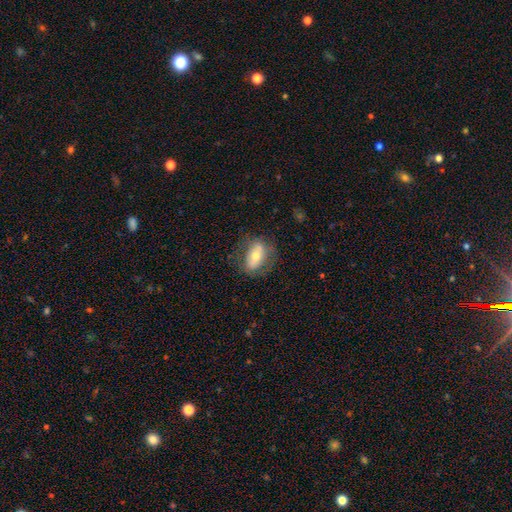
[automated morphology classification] Smooth or featured: smooth — 54% (featured or disk — 38%)
How rounded: in between — 81% (round — 14%)
Merging: none — 73% (minor disturbance — 17%)